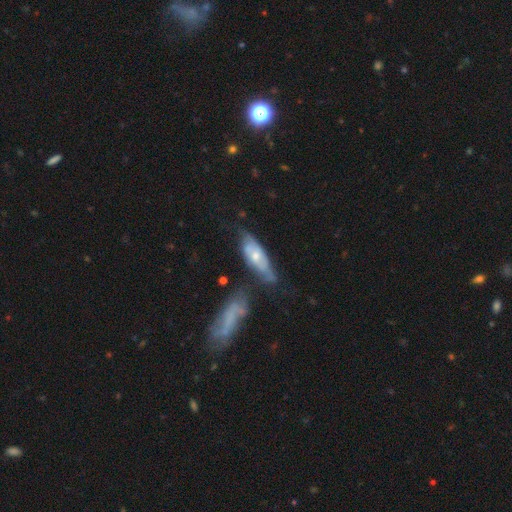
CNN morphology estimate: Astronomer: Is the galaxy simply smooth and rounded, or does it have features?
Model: featured or disk — 52% (runner-up: smooth, 42%).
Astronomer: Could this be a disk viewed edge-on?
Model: no — 68%.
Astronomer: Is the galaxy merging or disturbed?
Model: none — 44% (runner-up: minor disturbance, 30%).